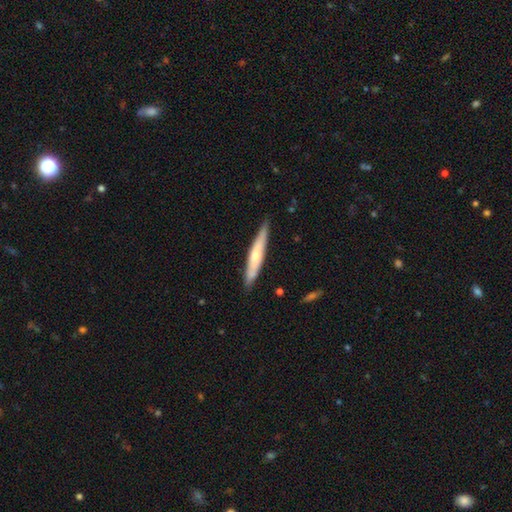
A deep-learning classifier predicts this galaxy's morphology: This appears to be a smooth galaxy with no disk features (51%) that is cigar-shaped (92%). Merging: none (85%).